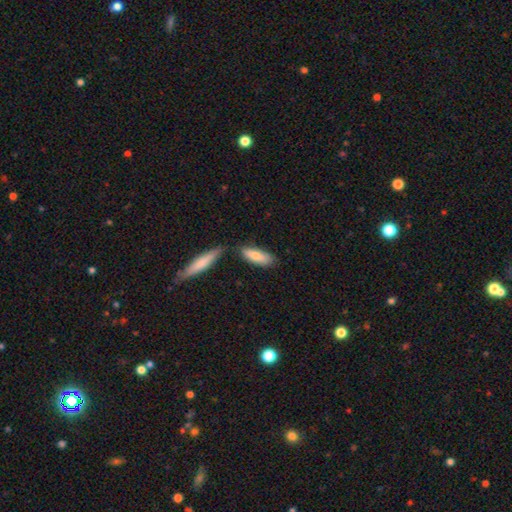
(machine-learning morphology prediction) This is likely a smooth galaxy (76%). How rounded: possibly in between (57%). Merging: likely none (66%).